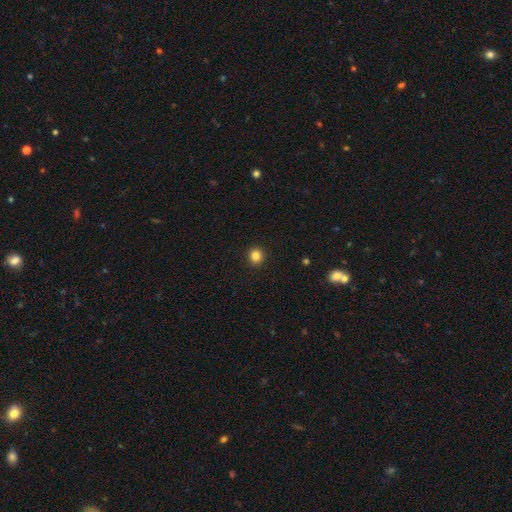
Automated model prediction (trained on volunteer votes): Smooth or featured? smooth (84%)
How rounded? round (89%)
Merging? none (93%)